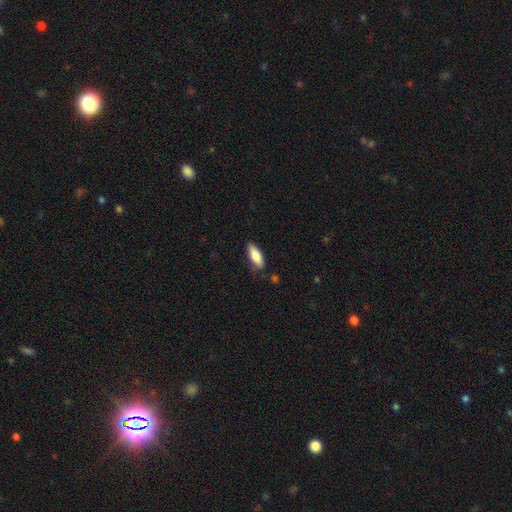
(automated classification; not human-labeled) Smooth or featured? smooth (83%)
How rounded? in between (72%)
Merging? none (76%)